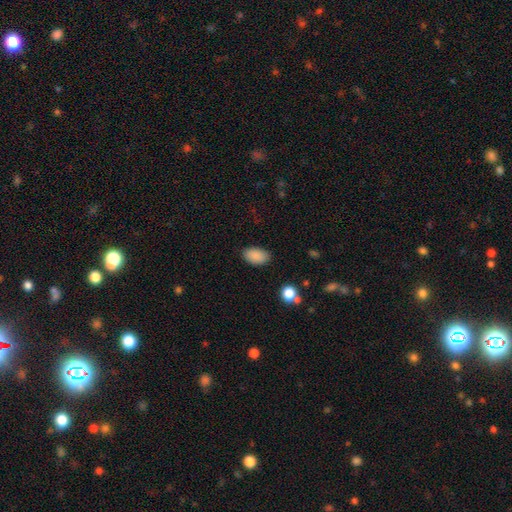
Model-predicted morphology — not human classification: smooth-or-featured: smooth: 89% | star or artifact: 8% | featured or disk: 4%
  how-rounded: in between: 93% | round: 6% | cigar-shaped: 1%
  merging: none: 85% | minor disturbance: 11% | major disturbance: 3% | merger: 1%